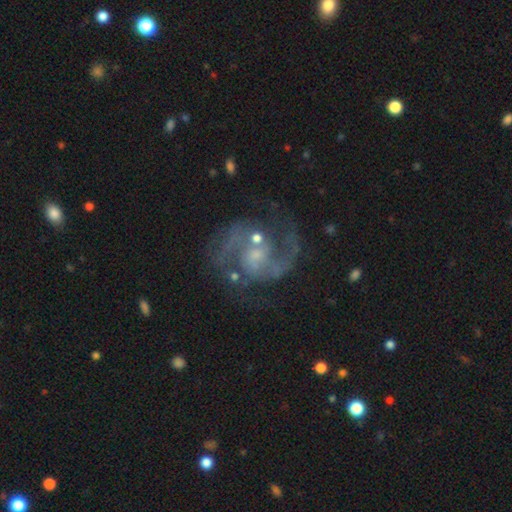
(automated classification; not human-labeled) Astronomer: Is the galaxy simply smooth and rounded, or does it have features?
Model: featured or disk — 89%.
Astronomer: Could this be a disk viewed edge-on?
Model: no — 98%.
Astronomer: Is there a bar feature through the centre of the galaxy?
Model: no — 51% (runner-up: weak, 40%).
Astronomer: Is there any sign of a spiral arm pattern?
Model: yes — 97%.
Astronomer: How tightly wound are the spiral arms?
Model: medium — 61%.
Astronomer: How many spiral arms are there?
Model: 2 — 90%.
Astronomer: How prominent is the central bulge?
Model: small — 57%.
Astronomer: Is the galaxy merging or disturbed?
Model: none — 67%.